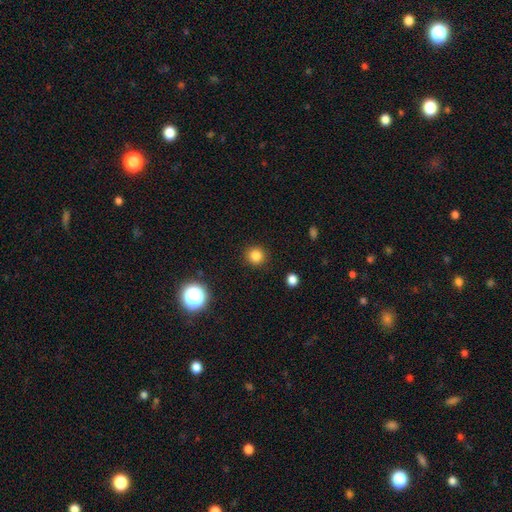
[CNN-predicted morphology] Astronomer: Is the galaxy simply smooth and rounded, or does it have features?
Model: smooth — 83%.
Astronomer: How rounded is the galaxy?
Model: round — 94%.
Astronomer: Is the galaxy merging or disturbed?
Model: none — 91%.